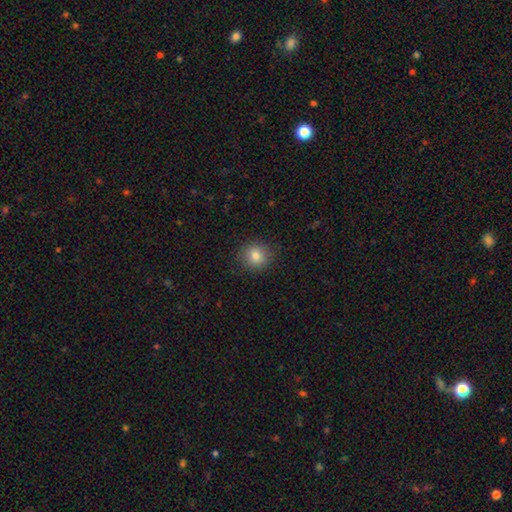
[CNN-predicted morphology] Smooth or featured? smooth (83%)
How rounded? round (86%)
Merging? none (90%)